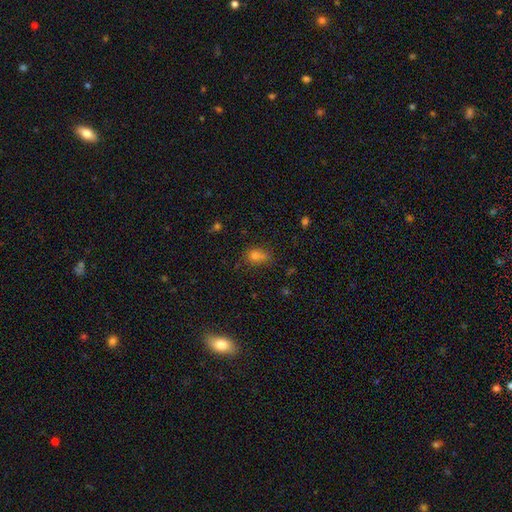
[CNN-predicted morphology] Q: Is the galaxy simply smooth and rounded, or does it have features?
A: smooth — 72%.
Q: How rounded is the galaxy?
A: round — 61%.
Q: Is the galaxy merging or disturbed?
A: none — 46%.